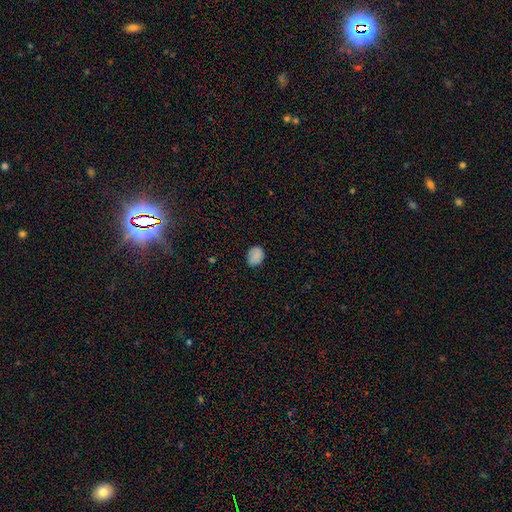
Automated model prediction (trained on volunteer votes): Overall: smooth (85%). How rounded: in between (62%; round 37%). Merging: none (81%).